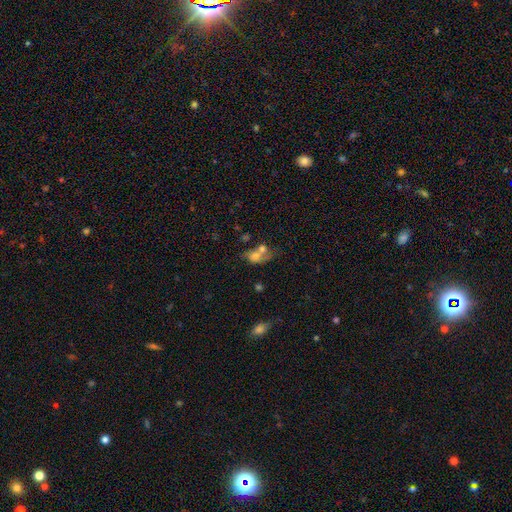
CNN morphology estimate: type=smooth (57%); roundness=in between (61%); merging=merger (51%).